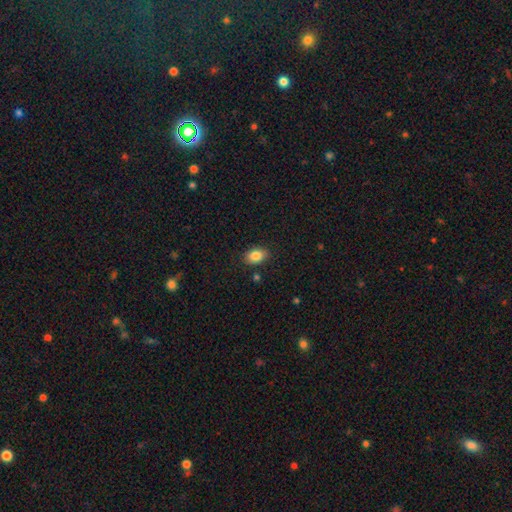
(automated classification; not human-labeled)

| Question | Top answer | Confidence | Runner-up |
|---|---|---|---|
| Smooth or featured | smooth | 85% | star or artifact (9%) |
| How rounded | in between | 79% | round (20%) |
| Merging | none | 86% | minor disturbance (10%) |